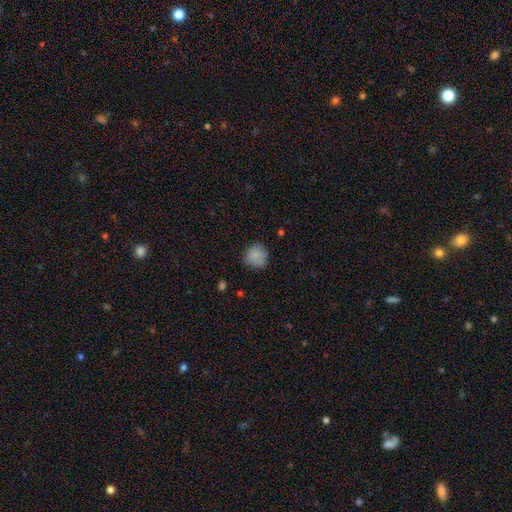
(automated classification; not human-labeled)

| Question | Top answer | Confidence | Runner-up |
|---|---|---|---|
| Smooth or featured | smooth | 85% | star or artifact (9%) |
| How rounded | round | 87% | in between (12%) |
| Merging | none | 76% | minor disturbance (18%) |